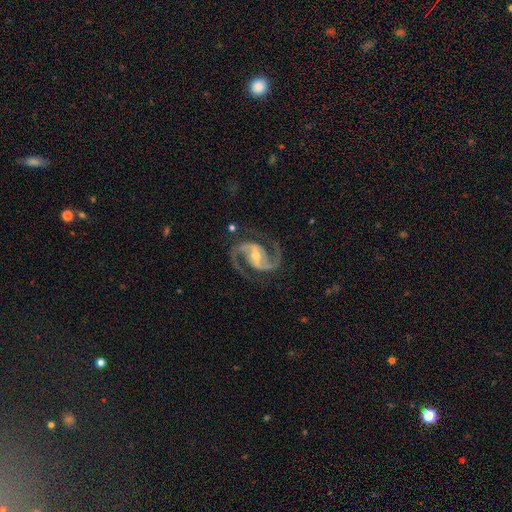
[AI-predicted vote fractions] Q: Smooth or featured?
A: featured or disk (94%); runner-up: star or artifact (4%)
Q: Edge-on disk?
A: no (98%); runner-up: yes (2%)
Q: Bar?
A: strong (39%); runner-up: weak (38%)
Q: Spiral arms?
A: yes (99%); runner-up: no (1%)
Q: Spiral winding?
A: medium (68%); runner-up: tight (16%)
Q: Spiral arm count?
A: 2 (94%); runner-up: 3 (2%)
Q: Bulge size?
A: moderate (48%); runner-up: small (47%)
Q: Merging?
A: none (81%); runner-up: minor disturbance (12%)